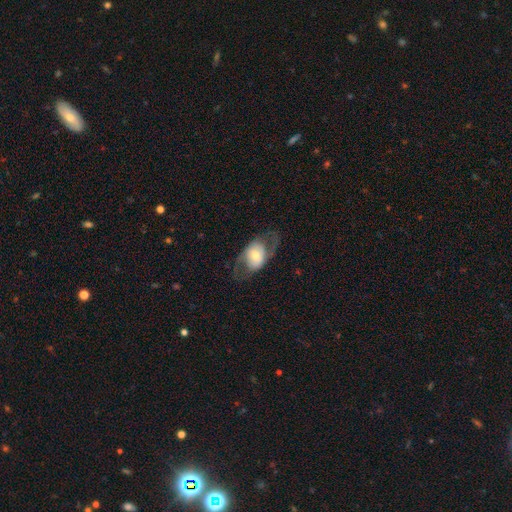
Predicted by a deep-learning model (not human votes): featured or disk 60%, smooth 33%, star or artifact 7%. Down the decision tree: edge-on disk — no (90%); bar — no (57%); spiral arms — yes (65%); bulge size — moderate (46%); merging — none (65%).